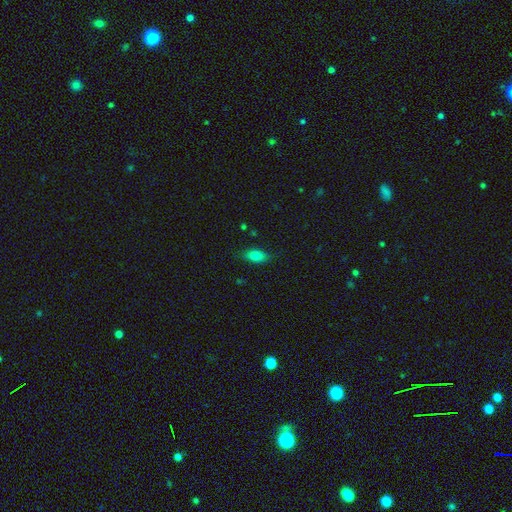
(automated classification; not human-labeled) Smooth or featured? smooth (81%)
How rounded? in between (87%)
Merging? none (81%)